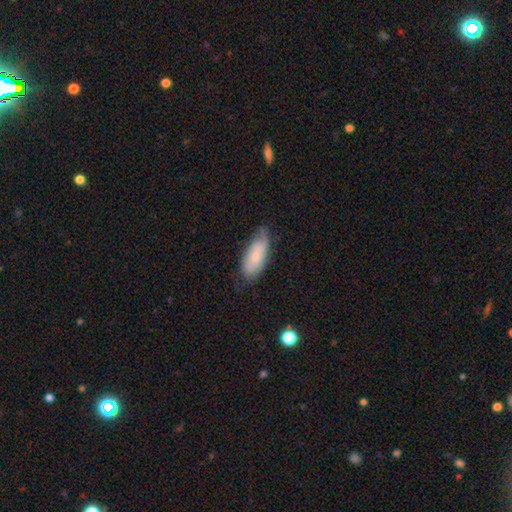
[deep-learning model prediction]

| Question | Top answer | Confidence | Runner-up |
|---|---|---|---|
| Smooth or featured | smooth | 70% | featured or disk (23%) |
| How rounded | in between | 82% | cigar-shaped (16%) |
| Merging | none | 55% | minor disturbance (34%) |